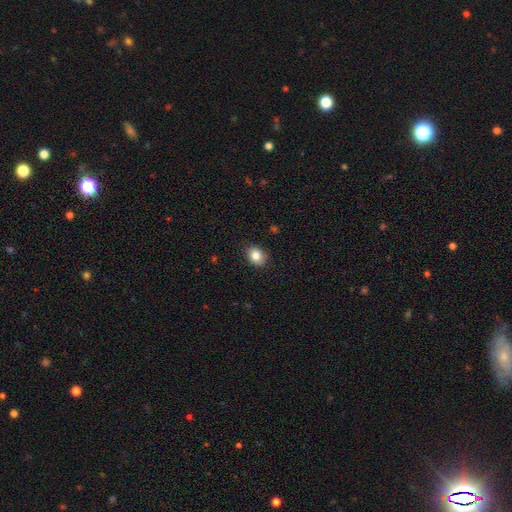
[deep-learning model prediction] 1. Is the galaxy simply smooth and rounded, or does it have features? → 83% smooth, 9% star or artifact, 7% featured or disk.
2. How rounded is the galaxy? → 50% in between, 49% round, 1% cigar-shaped.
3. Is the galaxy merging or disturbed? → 86% none, 11% minor disturbance, 2% major disturbance, 1% merger.